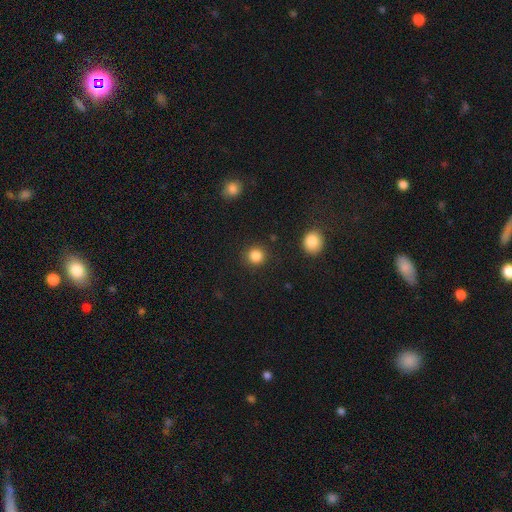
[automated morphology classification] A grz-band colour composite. It shows a smooth galaxy with no disk features (85%) that is round (91%). Merging: none (89%).